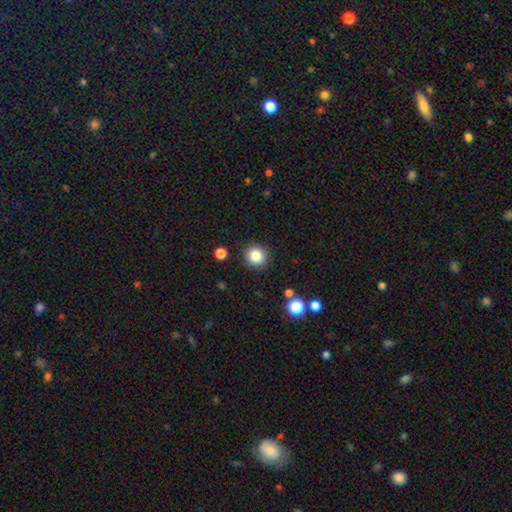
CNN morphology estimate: smooth 84%, star or artifact 11%, featured or disk 5%. Down the decision tree: how rounded — round (90%); merging — none (89%).